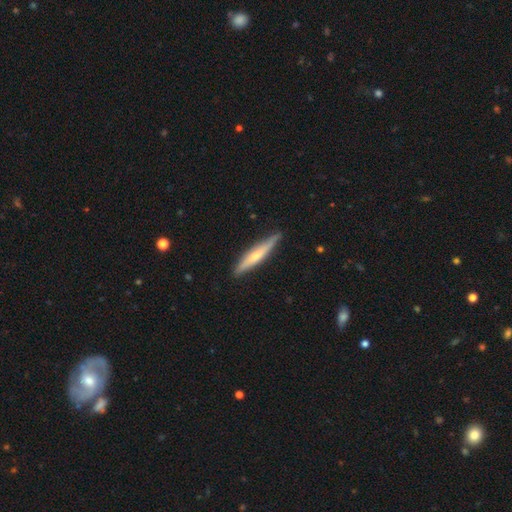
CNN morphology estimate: featured or disk 48%, smooth 46%, star or artifact 5%. Down the decision tree: merging — none (85%).